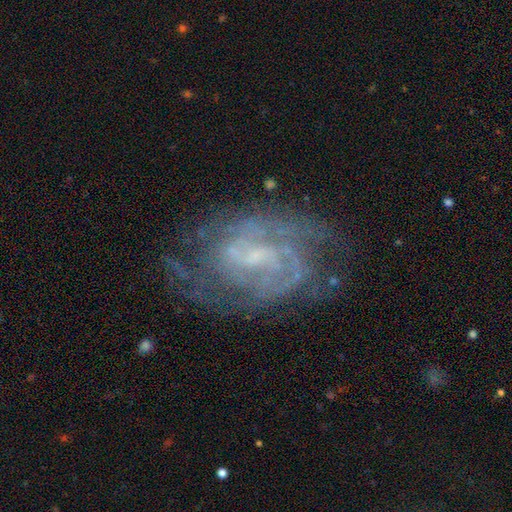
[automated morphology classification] type=featured or disk (85%); edge-on=no (97%); bar=weak (55%); spiral arms=yes (92%); winding=tight (53%); arm count=can't tell (35%); bulge=small (59%); merging=none (67%).